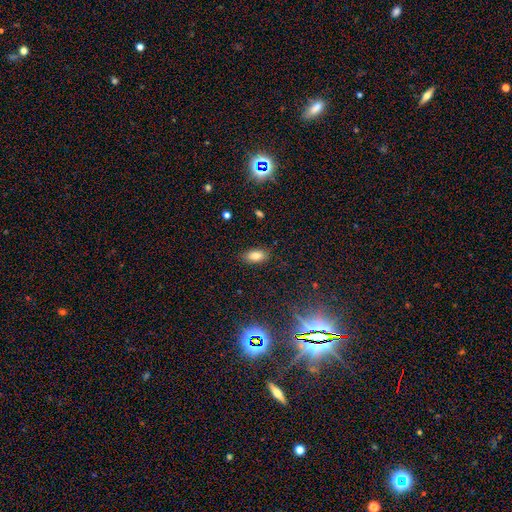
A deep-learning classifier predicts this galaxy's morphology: Q: Smooth or featured?
A: smooth (81%); runner-up: star or artifact (11%)
Q: How rounded?
A: in between (91%); runner-up: round (5%)
Q: Merging?
A: none (85%); runner-up: minor disturbance (11%)